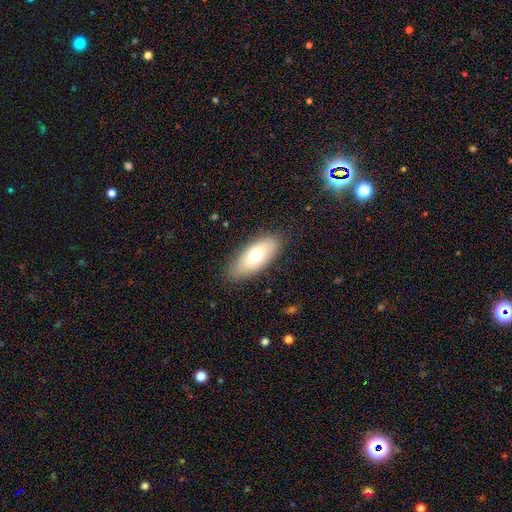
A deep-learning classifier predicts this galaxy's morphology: Smooth or featured: smooth — 67% (featured or disk — 27%)
How rounded: in between — 84% (cigar-shaped — 14%)
Merging: none — 85% (minor disturbance — 11%)